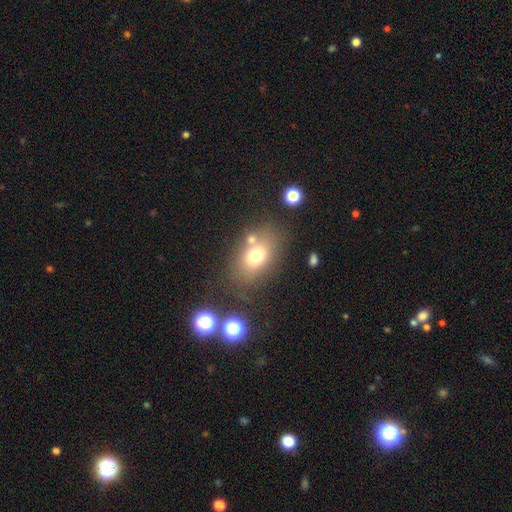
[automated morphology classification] The model was most divided on "how rounded": in between: 71%, round: 28%, cigar-shaped: 2%. More confident: smooth or featured — smooth (70%); merging — none (65%).